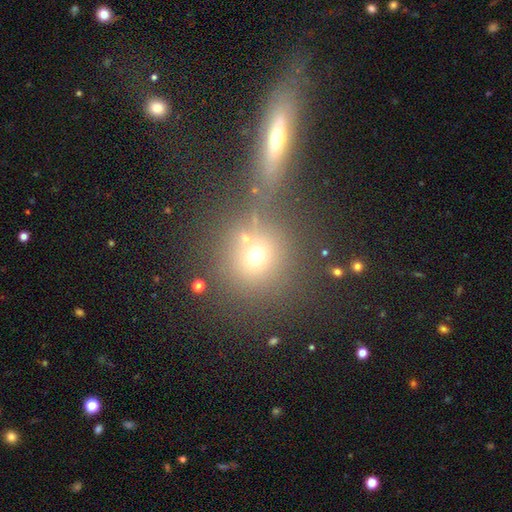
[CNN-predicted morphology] type=smooth (62%); roundness=round (87%); merging=none (57%).